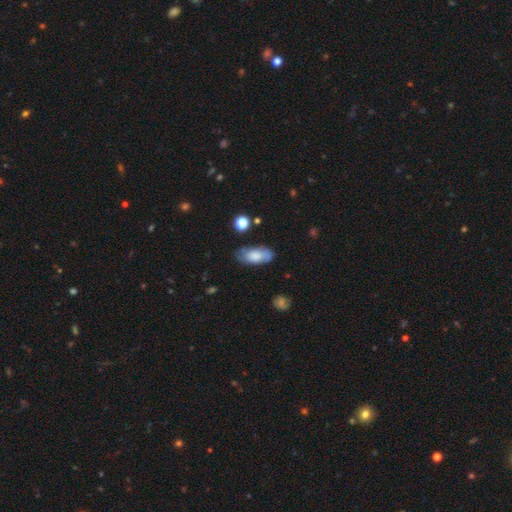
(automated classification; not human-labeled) smooth 63%, featured or disk 29%, star or artifact 8%. Down the decision tree: how rounded — in between (88%); merging — none (69%).